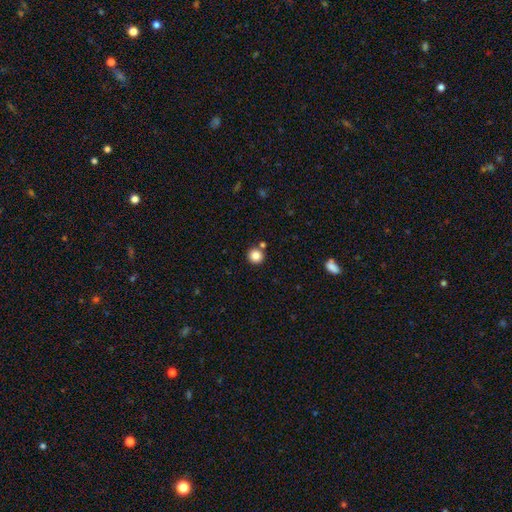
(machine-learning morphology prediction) Overall: smooth (84%). How rounded: round (95%). Merging: none (83%).